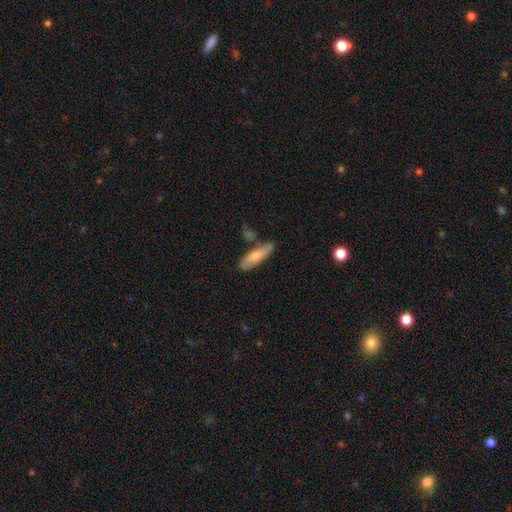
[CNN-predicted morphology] Smooth or featured?
  - smooth: 75% *
  - featured or disk: 19%
  - star or artifact: 6%
How rounded?
  - cigar-shaped: 52% *
  - in between: 46%
  - round: 2%
Merging?
  - none: 63% *
  - minor disturbance: 19%
  - merger: 13%
  - major disturbance: 5%